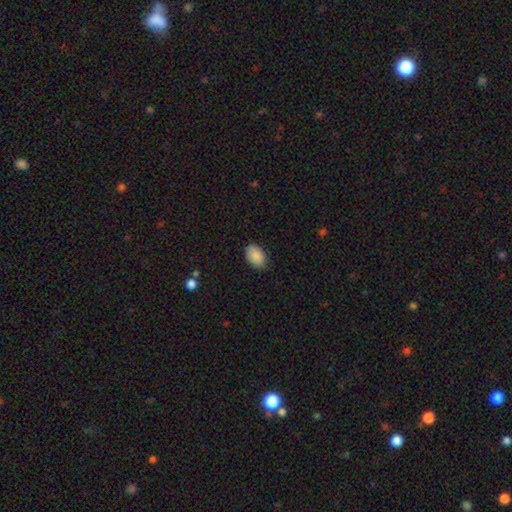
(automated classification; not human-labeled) Overall: smooth (88%). How rounded: in between (88%). Merging: none (80%).